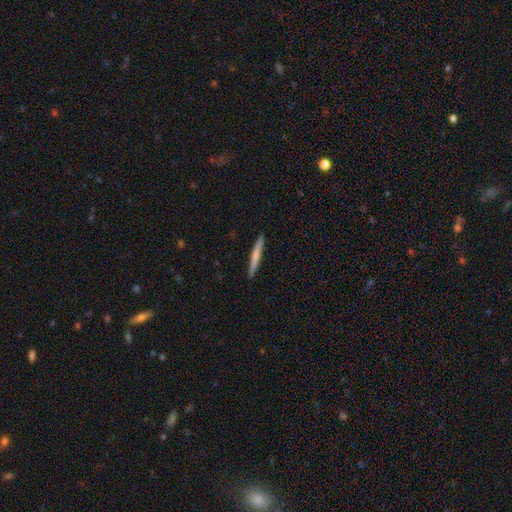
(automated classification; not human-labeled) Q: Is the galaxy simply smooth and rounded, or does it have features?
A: smooth — 62%.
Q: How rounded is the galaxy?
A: cigar-shaped — 96%.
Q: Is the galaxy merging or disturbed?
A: none — 92%.